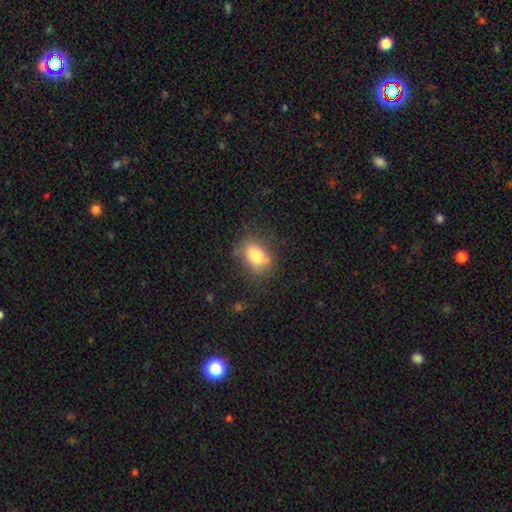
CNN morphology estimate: smooth-or-featured: smooth: 79% | featured or disk: 12% | star or artifact: 10%
  how-rounded: in between: 70% | round: 29% | cigar-shaped: 2%
  merging: none: 68% | minor disturbance: 20% | major disturbance: 8% | merger: 3%